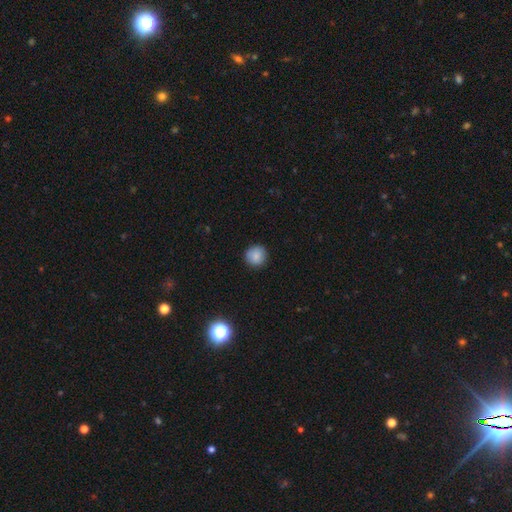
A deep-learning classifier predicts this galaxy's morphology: type=smooth (84%); roundness=round (93%); merging=none (88%).